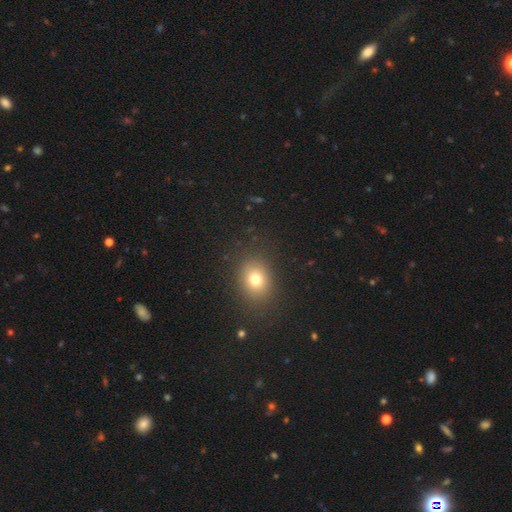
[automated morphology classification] smooth-or-featured: smooth: 69% | star or artifact: 24% | featured or disk: 7%
  how-rounded: round: 53% | in between: 46% | cigar-shaped: 1%
  merging: none: 90% | minor disturbance: 6% | major disturbance: 2% | merger: 1%